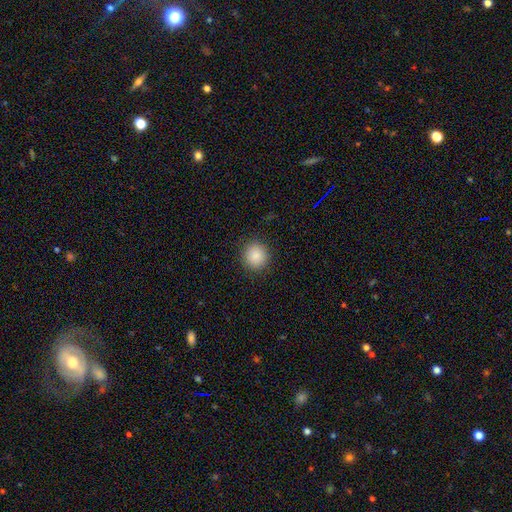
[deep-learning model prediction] The model was most divided on "smooth or featured": smooth: 87%, star or artifact: 9%, featured or disk: 4%. More confident: how rounded — round (91%); merging — none (90%).